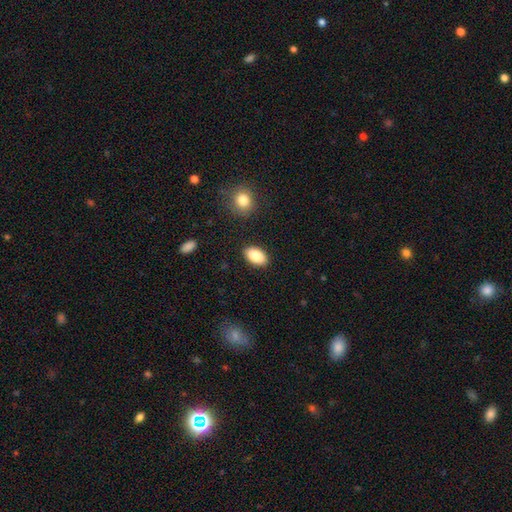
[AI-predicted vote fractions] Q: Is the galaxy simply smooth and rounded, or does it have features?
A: smooth — 86%.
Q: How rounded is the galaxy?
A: in between — 93%.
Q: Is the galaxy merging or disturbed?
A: none — 88%.